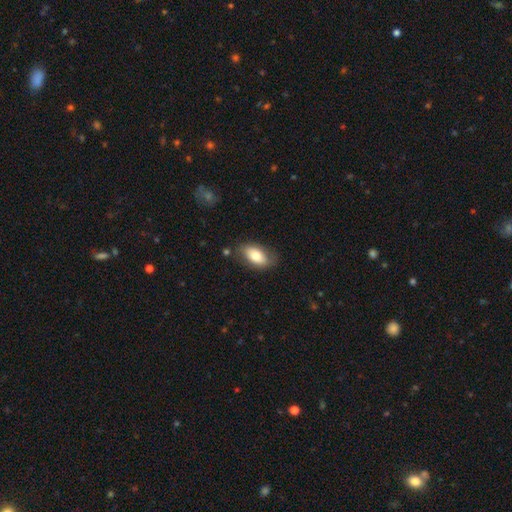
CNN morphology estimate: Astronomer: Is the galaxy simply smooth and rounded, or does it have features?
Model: smooth — 74%.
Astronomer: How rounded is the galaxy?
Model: in between — 91%.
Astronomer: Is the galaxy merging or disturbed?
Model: none — 76%.